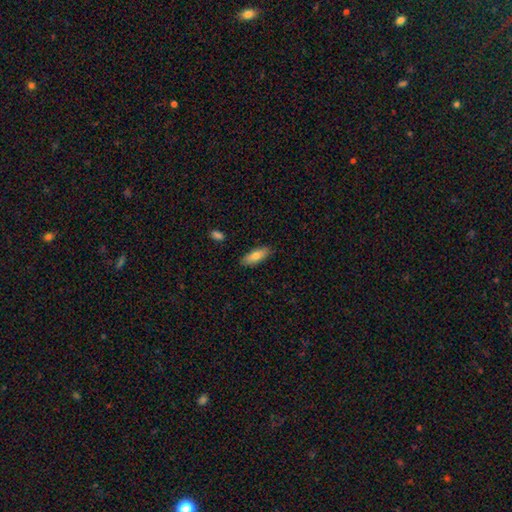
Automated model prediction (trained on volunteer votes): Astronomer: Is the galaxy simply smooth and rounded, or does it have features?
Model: smooth — 75%.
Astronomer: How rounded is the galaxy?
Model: in between — 70%.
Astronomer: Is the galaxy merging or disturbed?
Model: none — 87%.